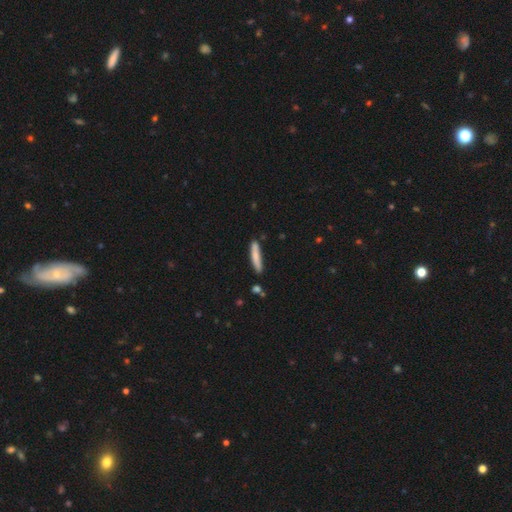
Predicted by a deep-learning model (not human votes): Morphology: type=smooth (76%); roundness=cigar-shaped (91%); merging=none (78%).